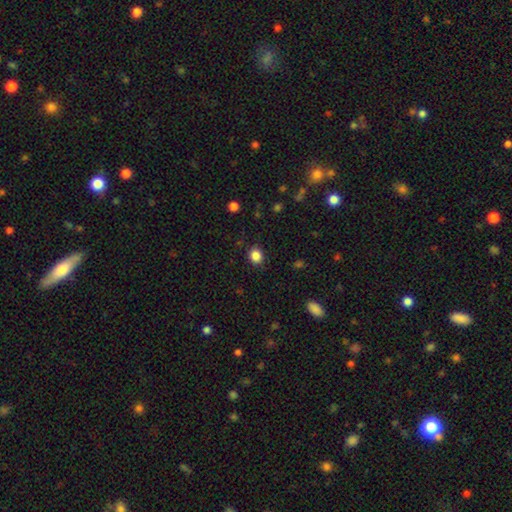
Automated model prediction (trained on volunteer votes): Smooth or featured: smooth — 86% (star or artifact — 11%)
How rounded: round — 72% (in between — 27%)
Merging: none — 87% (minor disturbance — 9%)